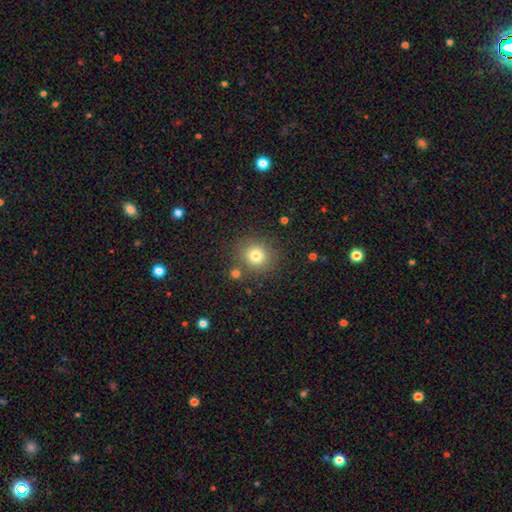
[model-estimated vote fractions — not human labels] smooth-or-featured: smooth: 78% | star or artifact: 13% | featured or disk: 9%
  how-rounded: round: 86% | in between: 13% | cigar-shaped: 1%
  merging: none: 81% | minor disturbance: 9% | merger: 6% | major disturbance: 4%